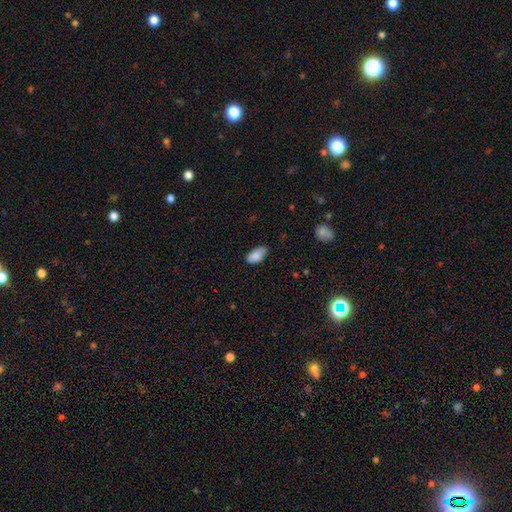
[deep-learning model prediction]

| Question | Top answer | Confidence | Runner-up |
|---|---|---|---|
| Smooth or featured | smooth | 86% | star or artifact (7%) |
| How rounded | in between | 92% | cigar-shaped (5%) |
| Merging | none | 65% | minor disturbance (29%) |